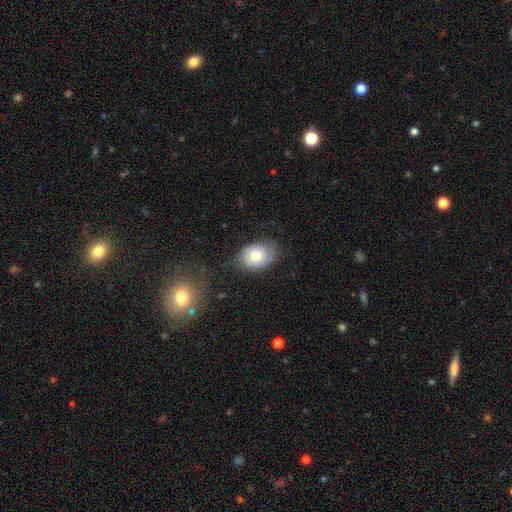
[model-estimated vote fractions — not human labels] A smooth galaxy with no disk features (70%) that is in between round and cigar-shaped (75%). Merging: none (61%).